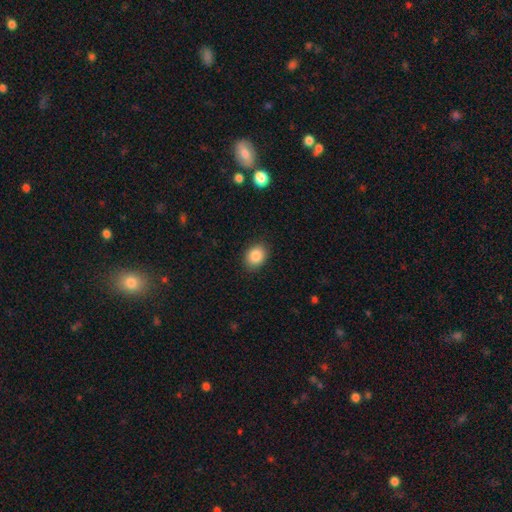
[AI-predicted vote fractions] This is clearly a smooth galaxy (86%). How rounded: possibly in between (52%). Merging: clearly none (88%).